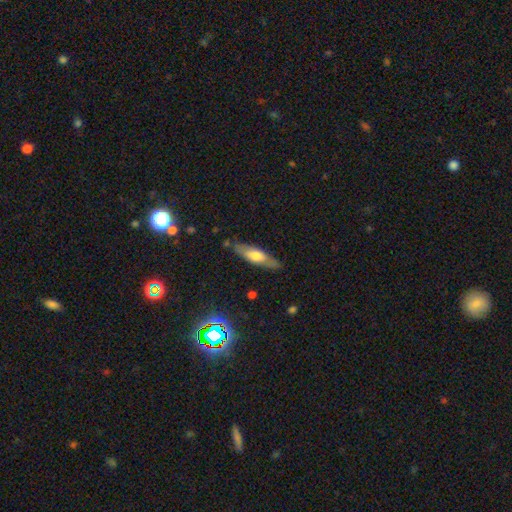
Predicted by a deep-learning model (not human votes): The model was most divided on "smooth or featured": smooth: 51%, featured or disk: 43%, star or artifact: 6%. More confident: merging — none (80%); how rounded — cigar-shaped (59%).